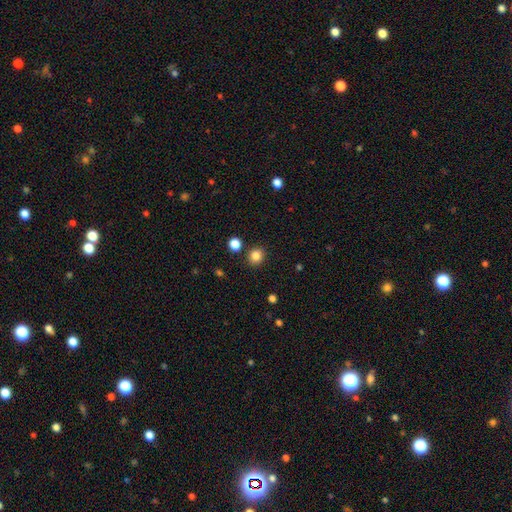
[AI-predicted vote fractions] Overall: smooth (84%). How rounded: round (84%). Merging: none (88%).